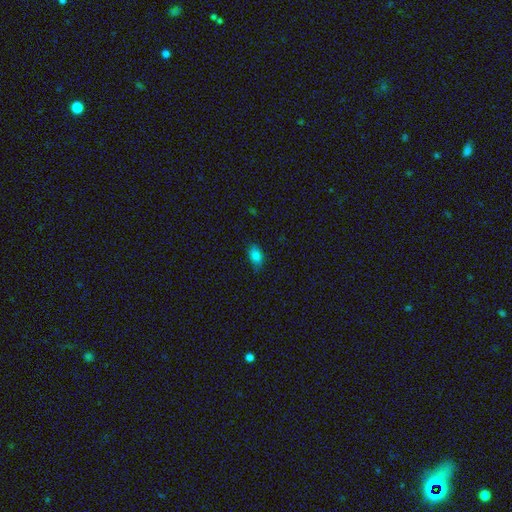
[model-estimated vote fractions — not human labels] A smooth galaxy with no disk features (83%) that is in between round and cigar-shaped (87%).

Vote fractions:
- Smooth or featured? smooth: 83% / star or artifact: 11% / featured or disk: 6%
- How rounded? in between: 87% / round: 9% / cigar-shaped: 3%
- Merging? none: 76% / minor disturbance: 20% / major disturbance: 4% / merger: 1%